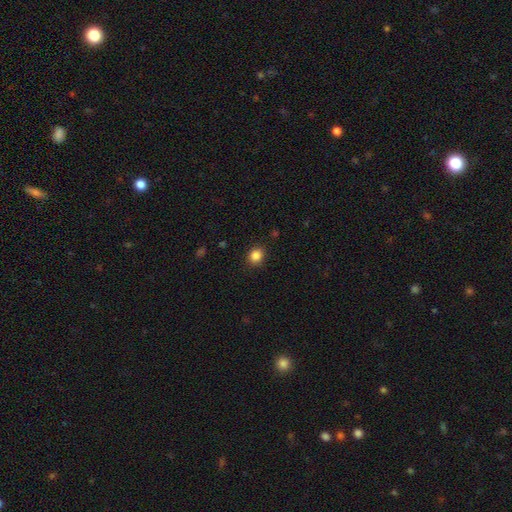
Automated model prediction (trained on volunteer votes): Q: Smooth or featured?
A: smooth (85%); runner-up: star or artifact (11%)
Q: How rounded?
A: round (74%); runner-up: in between (25%)
Q: Merging?
A: none (88%); runner-up: minor disturbance (8%)